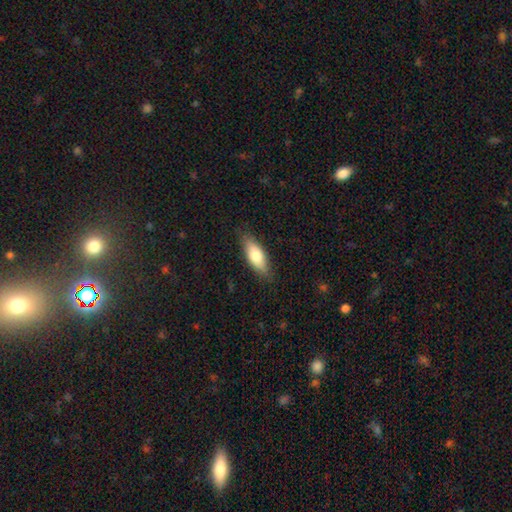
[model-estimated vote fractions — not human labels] This is likely a smooth galaxy (73%). How rounded: likely in between (73%). Merging: clearly none (83%).